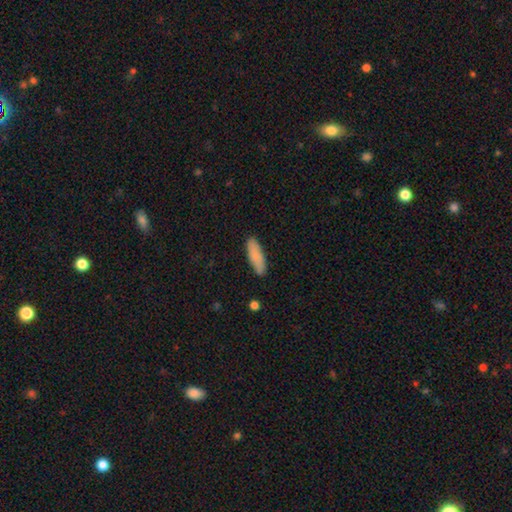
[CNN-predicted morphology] Overall: smooth (86%). How rounded: cigar-shaped (52%; in between 46%). Merging: none (86%).